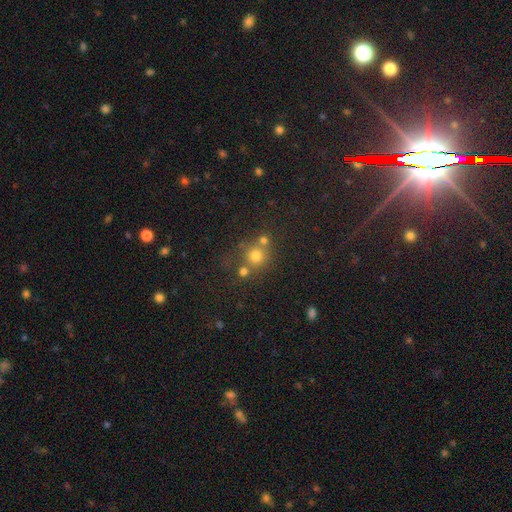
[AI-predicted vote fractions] Morphology: type=smooth (69%); roundness=round (89%); merging=none (59%).